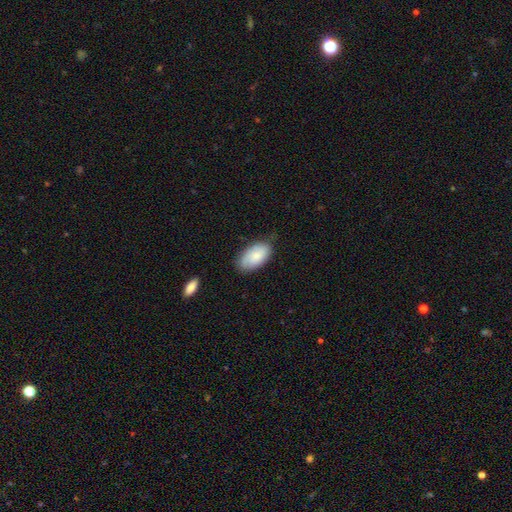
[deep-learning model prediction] A smooth galaxy with no disk features (79%) that is in between round and cigar-shaped (95%). Merging: none (75%).